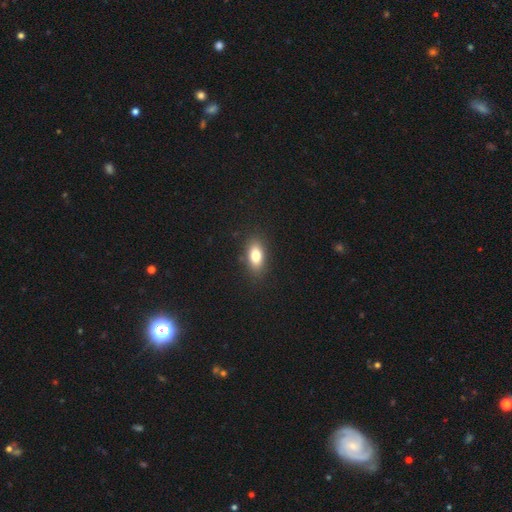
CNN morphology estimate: A smooth galaxy with no disk features (79%) that is in between round and cigar-shaped (86%). Merging: none (86%).